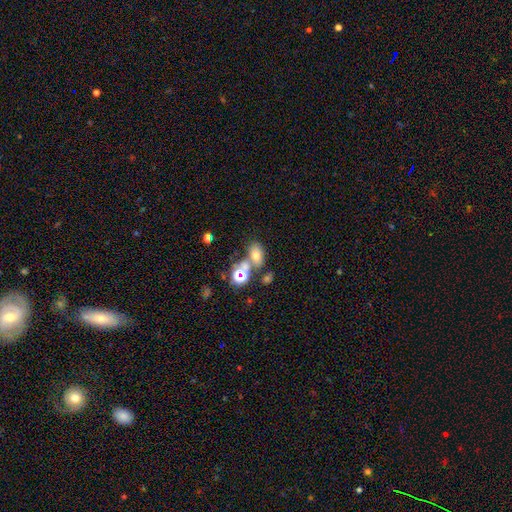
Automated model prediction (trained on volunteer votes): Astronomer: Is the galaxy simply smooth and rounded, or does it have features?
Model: smooth — 66%.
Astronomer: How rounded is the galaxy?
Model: in between — 78%.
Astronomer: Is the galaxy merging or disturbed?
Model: none — 53%.